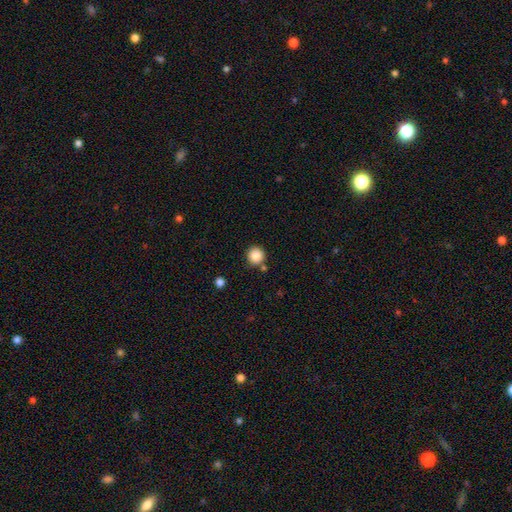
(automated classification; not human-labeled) Smooth or featured: smooth — 85% (star or artifact — 10%)
How rounded: round — 95% (in between — 4%)
Merging: none — 85% (minor disturbance — 7%)